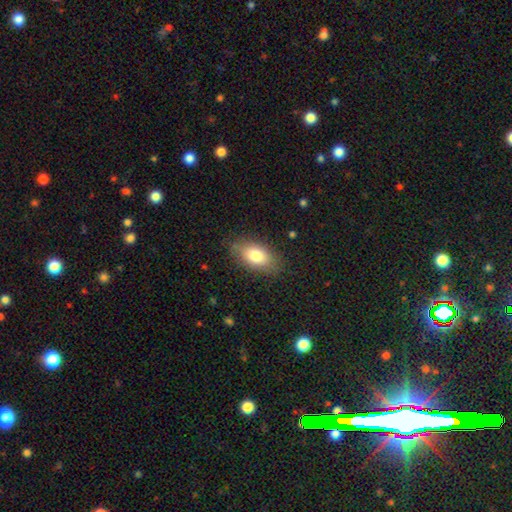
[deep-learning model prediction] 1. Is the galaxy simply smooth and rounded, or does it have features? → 80% smooth, 12% featured or disk, 8% star or artifact.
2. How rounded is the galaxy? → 90% in between, 7% round, 3% cigar-shaped.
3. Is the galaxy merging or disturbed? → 80% none, 14% minor disturbance, 4% major disturbance, 1% merger.